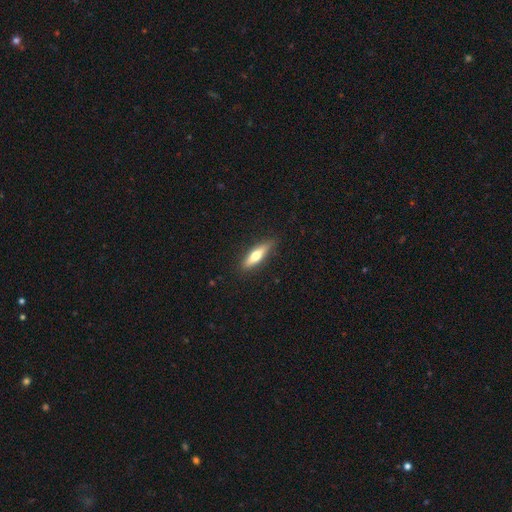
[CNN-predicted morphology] Smooth or featured: smooth — 58% (featured or disk — 36%)
How rounded: cigar-shaped — 69% (in between — 29%)
Merging: none — 87% (minor disturbance — 10%)